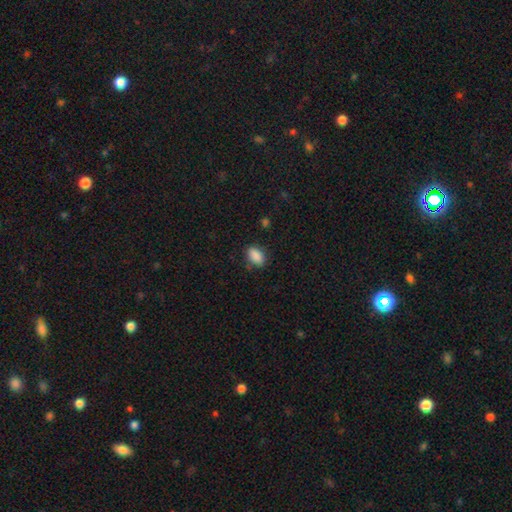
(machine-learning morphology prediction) Smooth or featured?
  - smooth: 88% *
  - star or artifact: 8%
  - featured or disk: 3%
How rounded?
  - in between: 89% *
  - round: 8%
  - cigar-shaped: 3%
Merging?
  - none: 82% *
  - minor disturbance: 13%
  - major disturbance: 3%
  - merger: 1%